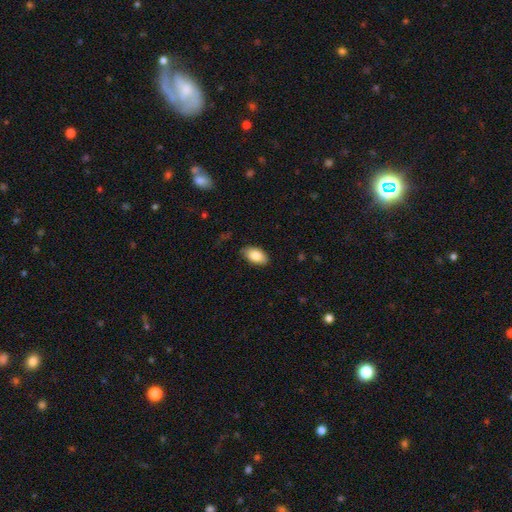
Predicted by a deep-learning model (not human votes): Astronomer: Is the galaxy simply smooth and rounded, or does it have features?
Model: smooth — 85%.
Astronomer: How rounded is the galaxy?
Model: in between — 94%.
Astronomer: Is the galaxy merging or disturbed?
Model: none — 84%.